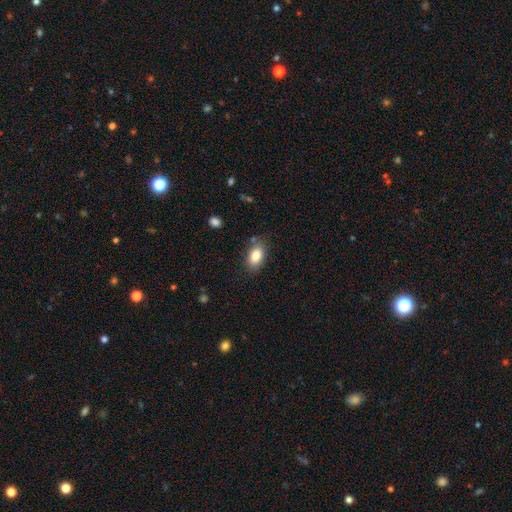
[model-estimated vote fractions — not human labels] The model was most divided on "merging": none: 81%, minor disturbance: 13%, major disturbance: 3%, merger: 3%. More confident: how rounded — in between (90%); smooth or featured — smooth (84%).